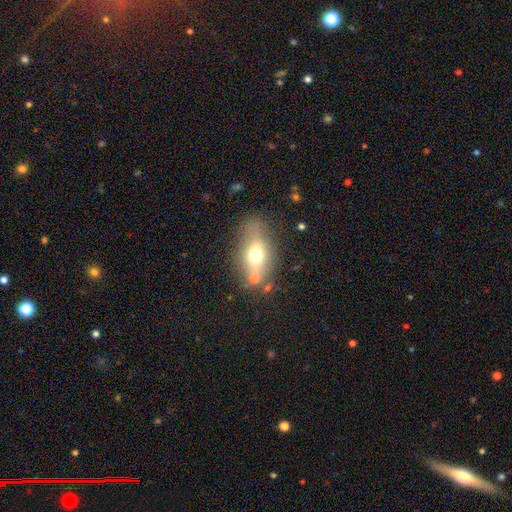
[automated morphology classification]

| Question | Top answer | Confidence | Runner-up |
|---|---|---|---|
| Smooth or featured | smooth | 64% | featured or disk (24%) |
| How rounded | in between | 80% | round (15%) |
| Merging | none | 62% | minor disturbance (19%) |